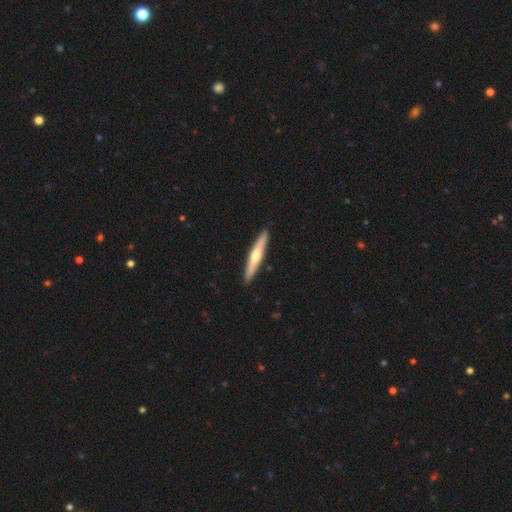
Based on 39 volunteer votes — Smooth or featured? featured or disk (74%)
Edge-on disk? yes (100%)
Edge-on bulge? rounded (90%)
Merging? none (92%)